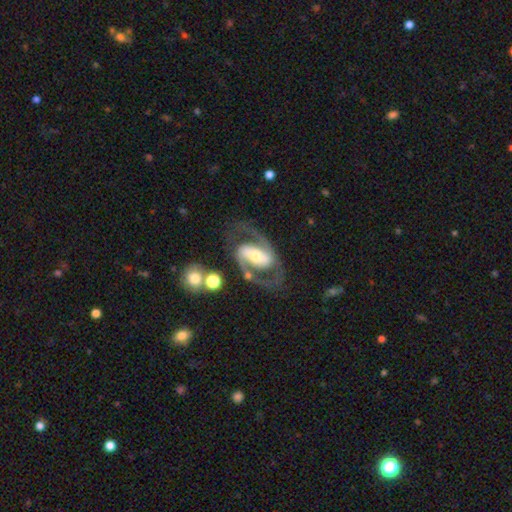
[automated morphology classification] smooth_or_featured: featured or disk (p=0.86) [alt: smooth p=0.09]
disk_edge_on: no (p=0.96) [alt: yes p=0.04]
bar: strong (p=0.51) [alt: weak p=0.28]
has_spiral_arms: yes (p=0.92) [alt: no p=0.08]
spiral_winding: medium (p=0.59) [alt: loose p=0.21]
spiral_arm_count: 2 (p=0.91) [alt: can't tell p=0.03]
bulge_size: moderate (p=0.55) [alt: small p=0.30]
merging: none (p=0.70) [alt: minor disturbance p=0.14]